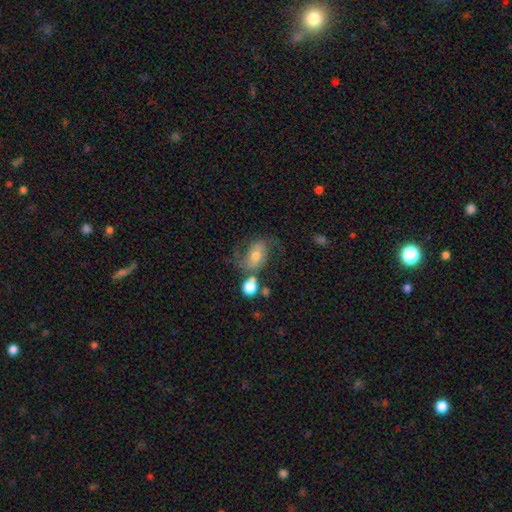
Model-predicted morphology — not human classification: Smooth or featured? featured or disk (56%)
Edge-on disk? no (96%)
Bar? no (49%)
Spiral arms? yes (84%)
Bulge size? moderate (60%)
Merging? none (52%)